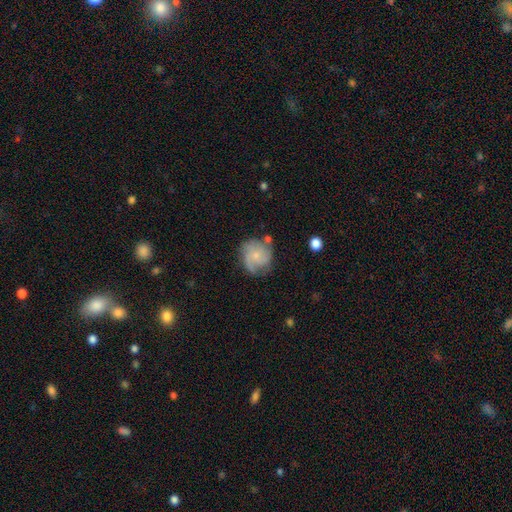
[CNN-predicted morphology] This is likely a featured or disk galaxy (61%). It is clearly not viewed edge-on (98%). Bar: likely no (77%). Spiral arm pattern: clearly yes (90%). Spiral arm count: marginally 3 (35%). Spiral winding: marginally tight (42%). Central bulge: likely small (67%). Merging: likely none (64%).